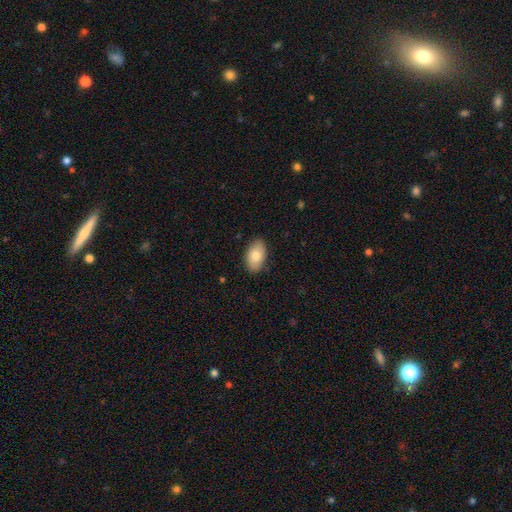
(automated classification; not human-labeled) Q: Smooth or featured?
A: smooth (81%); runner-up: featured or disk (13%)
Q: How rounded?
A: in between (93%); runner-up: round (6%)
Q: Merging?
A: none (87%); runner-up: minor disturbance (10%)